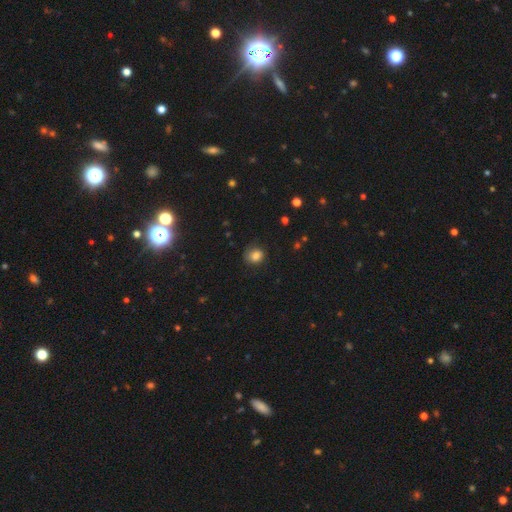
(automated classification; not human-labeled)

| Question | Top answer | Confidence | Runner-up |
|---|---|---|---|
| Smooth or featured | smooth | 82% | star or artifact (11%) |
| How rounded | round | 68% | in between (31%) |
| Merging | none | 72% | minor disturbance (20%) |